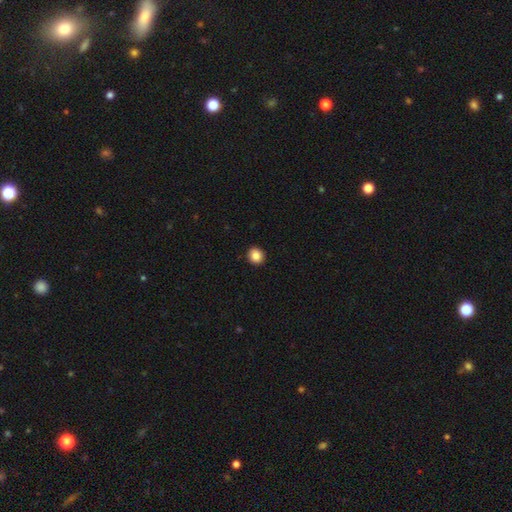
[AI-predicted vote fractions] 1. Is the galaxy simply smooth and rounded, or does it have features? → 87% smooth, 9% star or artifact, 4% featured or disk.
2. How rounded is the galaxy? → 85% round, 14% in between, 1% cigar-shaped.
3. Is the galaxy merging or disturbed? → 93% none, 5% minor disturbance, 1% major disturbance, 1% merger.